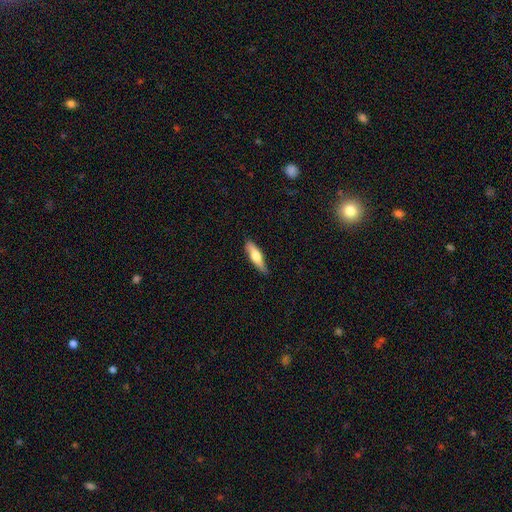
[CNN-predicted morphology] Smooth or featured?
  - smooth: 59% *
  - featured or disk: 36%
  - star or artifact: 5%
How rounded?
  - cigar-shaped: 66% *
  - in between: 32%
  - round: 2%
Merging?
  - none: 83% *
  - minor disturbance: 13%
  - major disturbance: 2%
  - merger: 1%